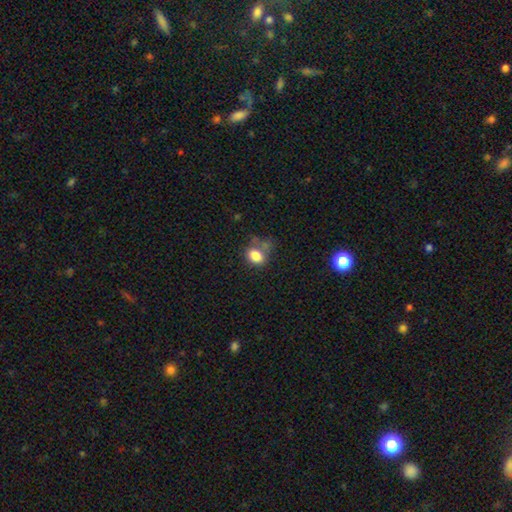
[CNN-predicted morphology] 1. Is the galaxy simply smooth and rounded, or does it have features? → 80% smooth, 11% star or artifact, 9% featured or disk.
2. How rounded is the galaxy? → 66% in between, 33% round, 1% cigar-shaped.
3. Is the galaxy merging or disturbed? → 45% none, 26% minor disturbance, 15% major disturbance, 14% merger.